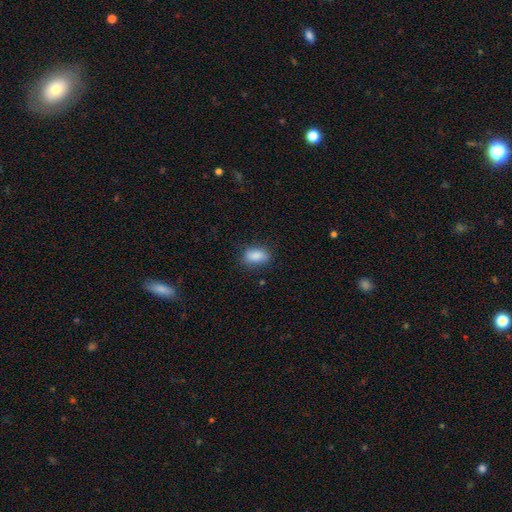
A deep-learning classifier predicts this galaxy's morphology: Q: Smooth or featured?
A: smooth (87%); runner-up: star or artifact (8%)
Q: How rounded?
A: in between (88%); runner-up: round (7%)
Q: Merging?
A: none (79%); runner-up: minor disturbance (16%)